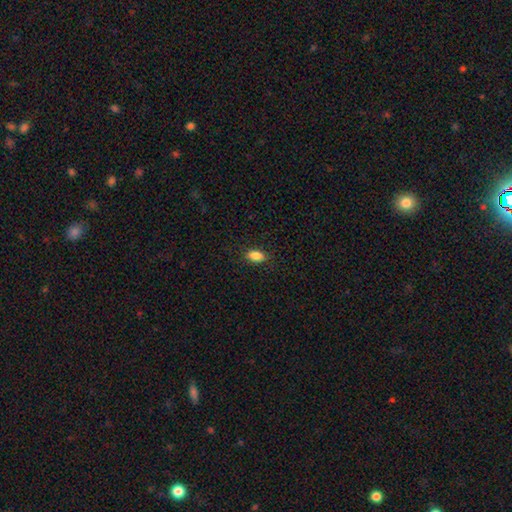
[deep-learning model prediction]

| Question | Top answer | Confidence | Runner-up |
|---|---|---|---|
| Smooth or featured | smooth | 86% | star or artifact (9%) |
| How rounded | in between | 87% | round (7%) |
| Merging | none | 85% | minor disturbance (11%) |